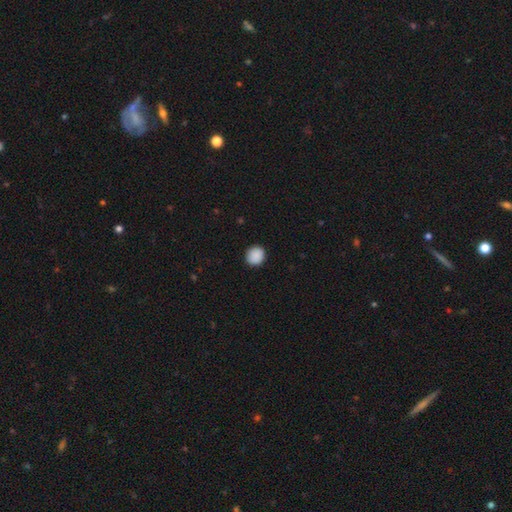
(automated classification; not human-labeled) A smooth galaxy with no disk features (89%) that is round (85%). Merging: none (90%).